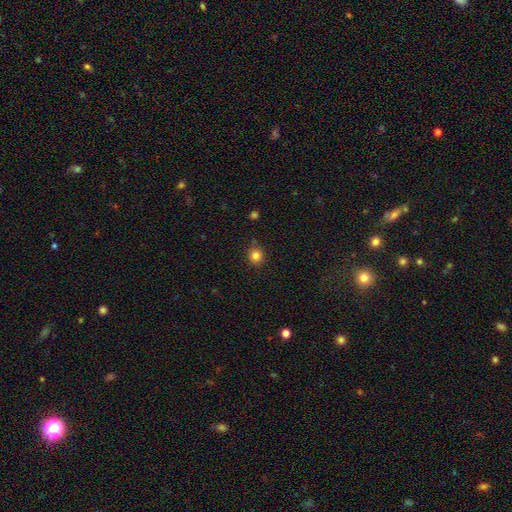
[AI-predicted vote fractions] Smooth or featured: smooth — 83% (star or artifact — 12%)
How rounded: round — 88% (in between — 11%)
Merging: none — 86% (minor disturbance — 9%)